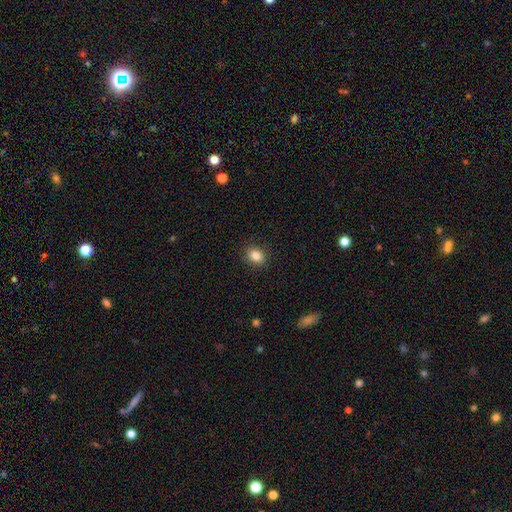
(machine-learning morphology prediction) smooth 85%, star or artifact 10%, featured or disk 5%. Down the decision tree: how rounded — in between (55%); merging — none (89%).